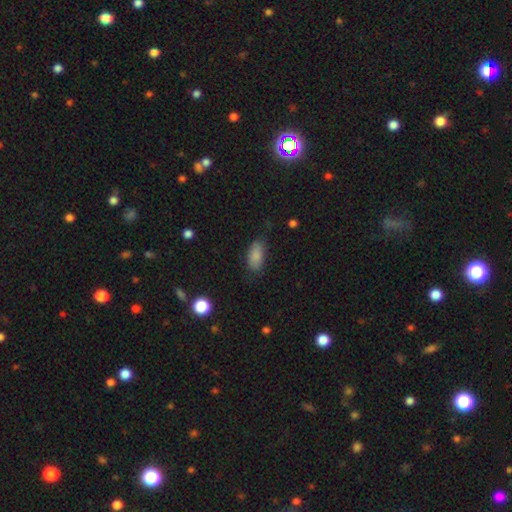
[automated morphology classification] Overall: smooth (86%). How rounded: in between (90%). Merging: none (74%).